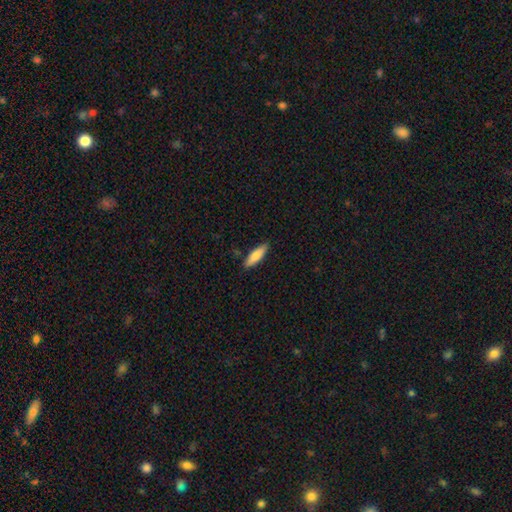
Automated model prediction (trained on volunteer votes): Q: Smooth or featured?
A: smooth (81%); runner-up: featured or disk (14%)
Q: How rounded?
A: cigar-shaped (56%); runner-up: in between (42%)
Q: Merging?
A: none (87%); runner-up: minor disturbance (10%)